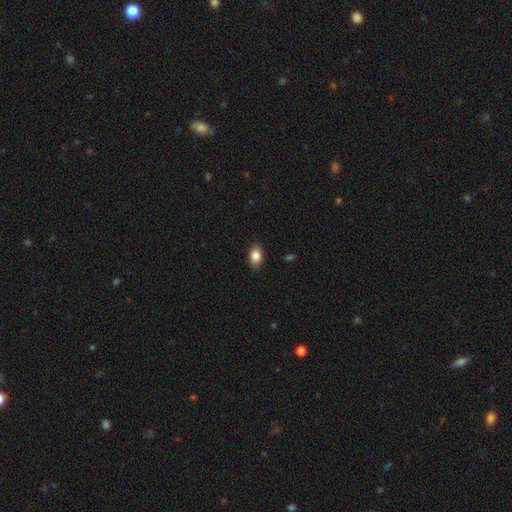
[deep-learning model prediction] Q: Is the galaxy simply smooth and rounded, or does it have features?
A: smooth — 87%.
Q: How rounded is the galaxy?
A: in between — 84%.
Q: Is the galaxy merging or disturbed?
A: none — 88%.